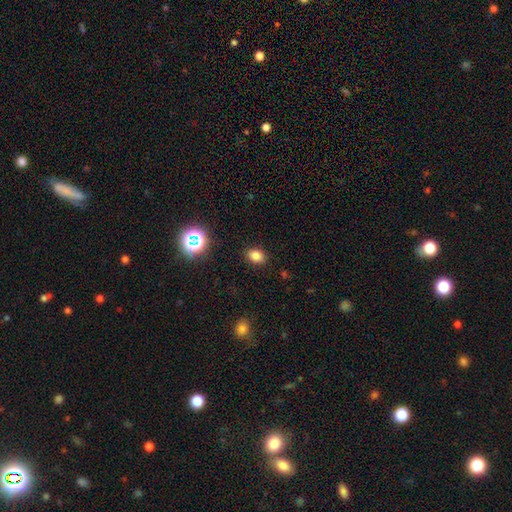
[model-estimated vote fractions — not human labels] Smooth or featured?
  - smooth: 79% *
  - star or artifact: 15%
  - featured or disk: 6%
How rounded?
  - in between: 66% *
  - round: 33%
  - cigar-shaped: 1%
Merging?
  - none: 88% *
  - minor disturbance: 8%
  - major disturbance: 2%
  - merger: 1%